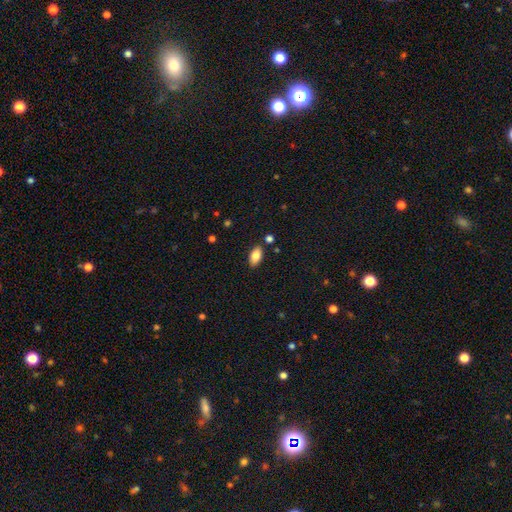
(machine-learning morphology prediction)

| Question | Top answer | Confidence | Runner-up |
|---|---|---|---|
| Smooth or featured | smooth | 83% | featured or disk (9%) |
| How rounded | in between | 92% | round (4%) |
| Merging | none | 85% | minor disturbance (10%) |